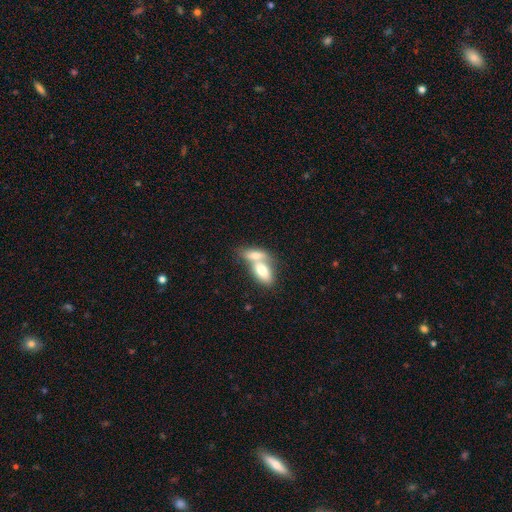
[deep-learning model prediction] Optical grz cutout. It shows a smooth galaxy with no disk features (73%) that is in between round and cigar-shaped (83%). Merging: merger (73%).